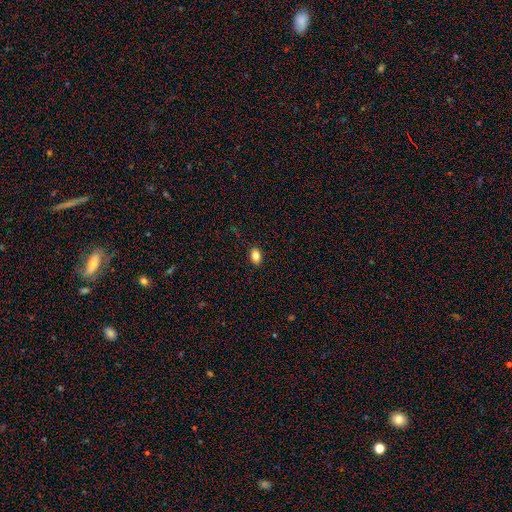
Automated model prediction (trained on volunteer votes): Smooth or featured: smooth — 84% (star or artifact — 9%)
How rounded: in between — 81% (round — 17%)
Merging: none — 89% (minor disturbance — 8%)